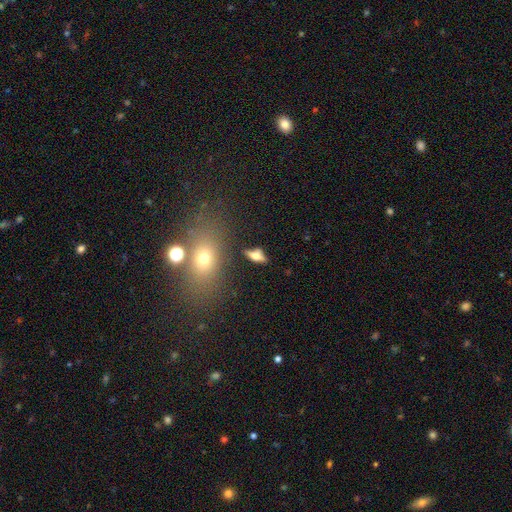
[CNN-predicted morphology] featured or disk 47%, smooth 42%, star or artifact 12%. Down the decision tree: merging — none (74%).